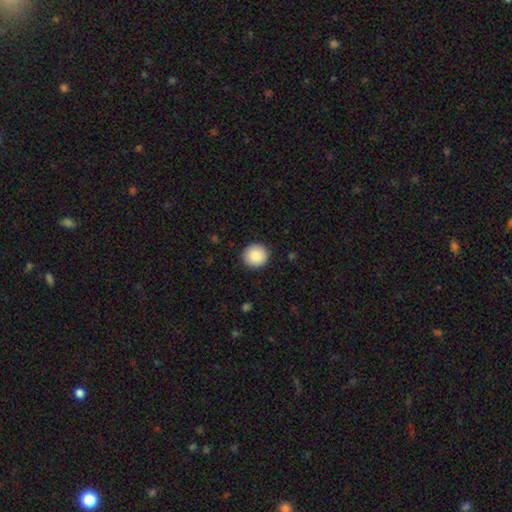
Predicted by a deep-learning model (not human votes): Smooth or featured: smooth — 88% (star or artifact — 8%)
How rounded: round — 93% (in between — 6%)
Merging: none — 92% (minor disturbance — 6%)